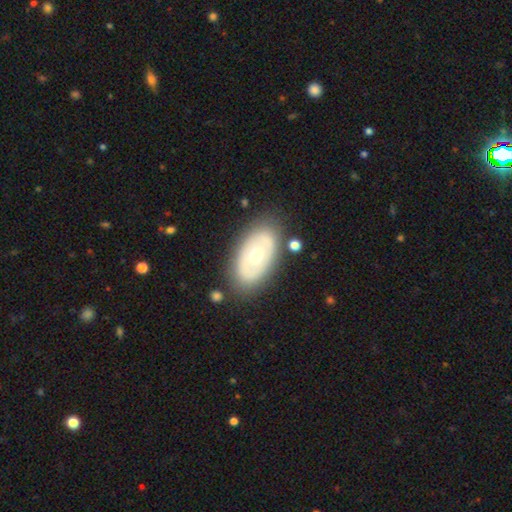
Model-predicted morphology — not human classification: A featured or disk galaxy (55%).

Vote fractions:
- Smooth or featured? featured or disk: 55% / smooth: 39% / star or artifact: 5%
- Edge-on disk? no: 90% / yes: 10%
- Merging? none: 81% / minor disturbance: 12% / major disturbance: 4% / merger: 3%